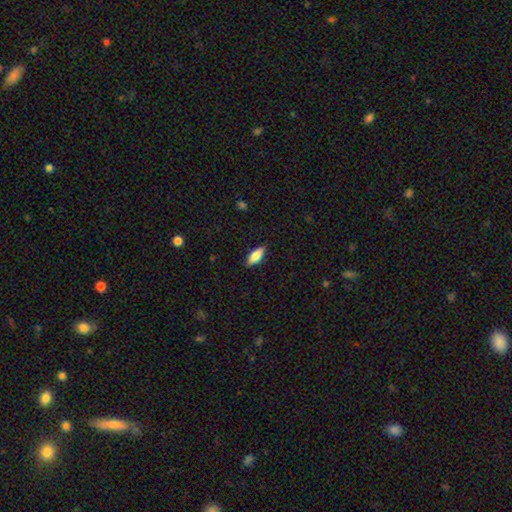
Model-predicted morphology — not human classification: smooth-or-featured: smooth: 74% | featured or disk: 20% | star or artifact: 6%
  how-rounded: in between: 75% | cigar-shaped: 23% | round: 2%
  merging: none: 87% | minor disturbance: 10% | major disturbance: 2% | merger: 1%